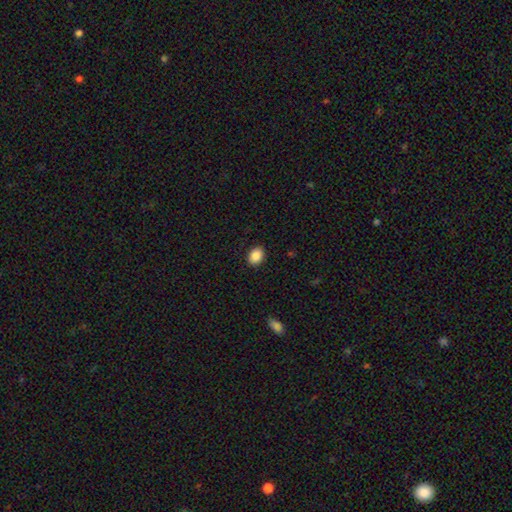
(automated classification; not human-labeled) This appears to be a smooth galaxy with no disk features (89%) that is in between round and cigar-shaped (69%). Merging: none (89%).